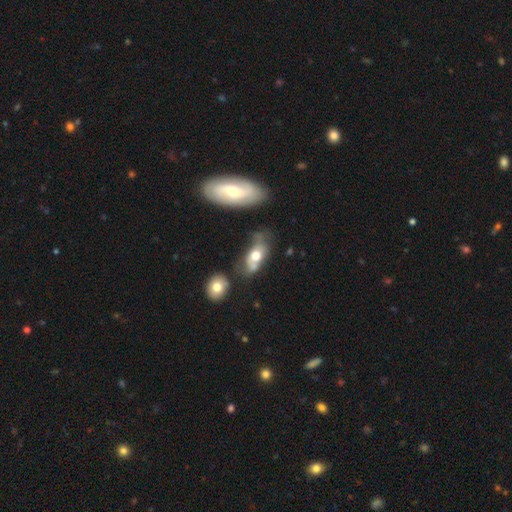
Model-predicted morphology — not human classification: A smooth galaxy with no disk features (54%) that is in between round and cigar-shaped (83%).

Vote fractions:
- Smooth or featured? smooth: 54% / featured or disk: 38% / star or artifact: 8%
- How rounded? in between: 83% / round: 11% / cigar-shaped: 6%
- Merging? none: 31% / minor disturbance: 25% / major disturbance: 23% / merger: 22%